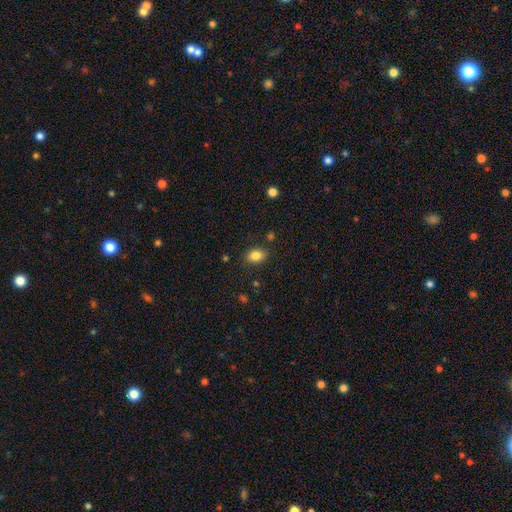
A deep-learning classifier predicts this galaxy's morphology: Overall: smooth (84%). How rounded: in between (69%; round 30%). Merging: none (84%).